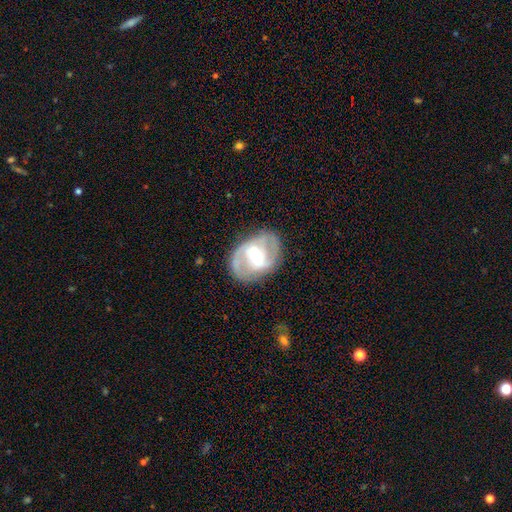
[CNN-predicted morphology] The model was most divided on "bar": weak: 44%, strong: 39%, no: 18%. Remaining: edge-on disk — no (96%); spiral arms — yes (87%); spiral arm count — 2 (82%); smooth or featured — featured or disk (82%); merging — none (78%); bulge size — moderate (60%); spiral winding — medium (50%).